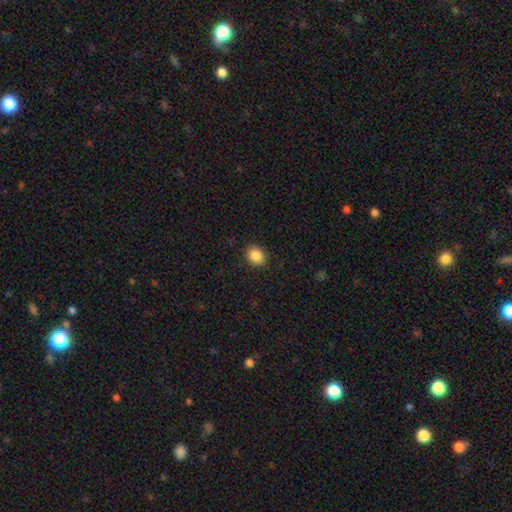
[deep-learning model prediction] Smooth or featured? smooth (87%)
How rounded? round (53%)
Merging? none (89%)